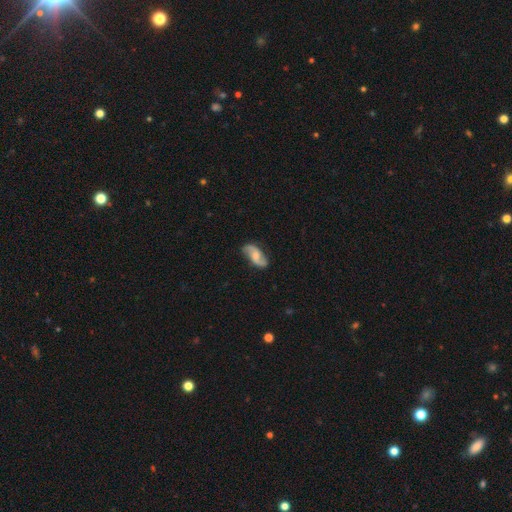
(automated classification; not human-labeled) Smooth or featured? Predicted: featured or disk (p=0.71). Edge-on disk? Predicted: no (p=0.95). Bar? Predicted: no (p=0.54). Spiral arms? Predicted: yes (p=0.94). Spiral winding? Predicted: loose (p=0.58). Spiral arm count? Predicted: 2 (p=0.91). Bulge size? Predicted: moderate (p=0.48). Merging? Predicted: none (p=0.79).